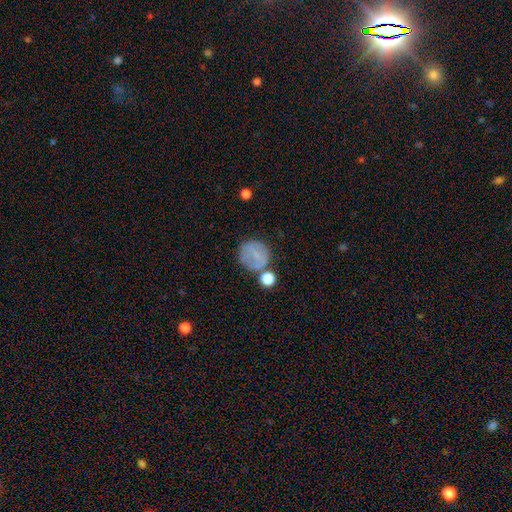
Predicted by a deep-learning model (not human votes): This appears to be a smooth galaxy with no disk features (63%) that is round (86%). Merging: none (61%).